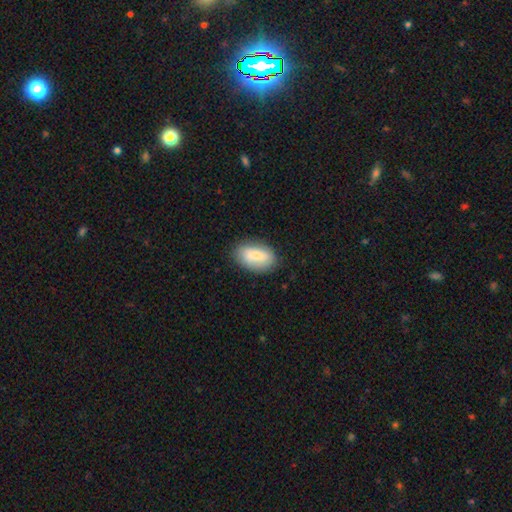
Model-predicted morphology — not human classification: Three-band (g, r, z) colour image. It shows a smooth galaxy with no disk features (77%) that is in between round and cigar-shaped (91%). Merging: none (78%).